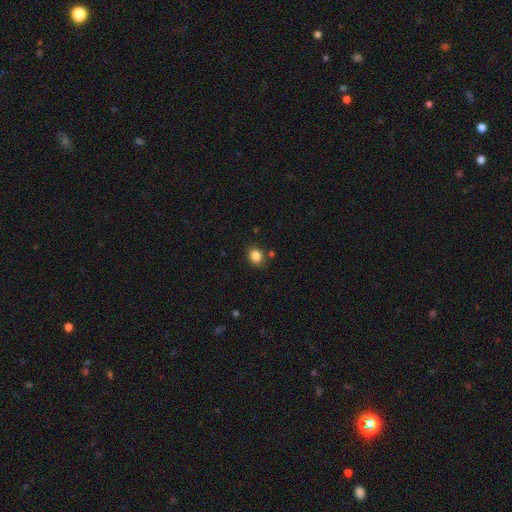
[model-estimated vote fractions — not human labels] Smooth or featured?
  - smooth: 85% *
  - star or artifact: 11%
  - featured or disk: 5%
How rounded?
  - round: 61% *
  - in between: 38%
  - cigar-shaped: 1%
Merging?
  - none: 82% *
  - minor disturbance: 11%
  - merger: 5%
  - major disturbance: 3%